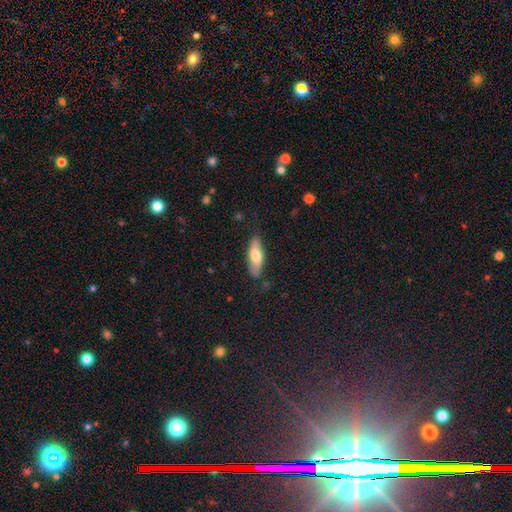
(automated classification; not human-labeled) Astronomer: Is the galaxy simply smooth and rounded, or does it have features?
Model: smooth — 65%.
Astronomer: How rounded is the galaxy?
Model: in between — 65%.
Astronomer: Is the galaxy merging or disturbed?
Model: none — 79%.